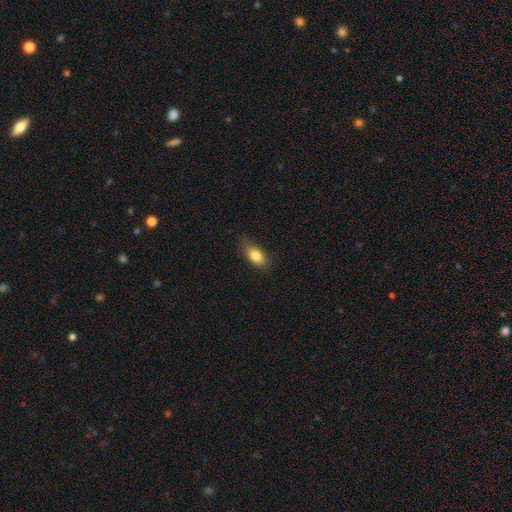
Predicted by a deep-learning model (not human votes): Smooth or featured? smooth (82%)
How rounded? in between (86%)
Merging? none (73%)